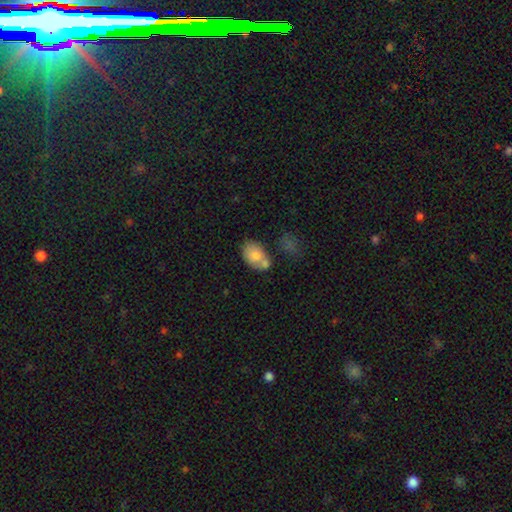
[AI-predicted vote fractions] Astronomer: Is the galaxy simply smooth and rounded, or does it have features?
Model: smooth — 76%.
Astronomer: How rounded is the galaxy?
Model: in between — 84%.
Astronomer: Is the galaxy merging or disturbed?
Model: none — 41% (runner-up: merger, 33%).